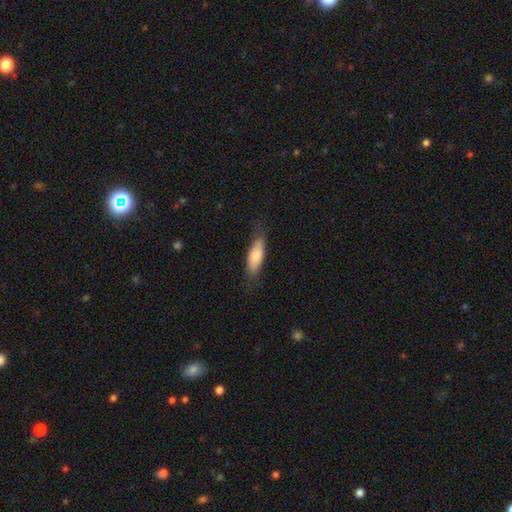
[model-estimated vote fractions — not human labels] Q: Smooth or featured?
A: smooth (75%); runner-up: featured or disk (19%)
Q: How rounded?
A: in between (62%); runner-up: cigar-shaped (36%)
Q: Merging?
A: none (73%); runner-up: minor disturbance (20%)